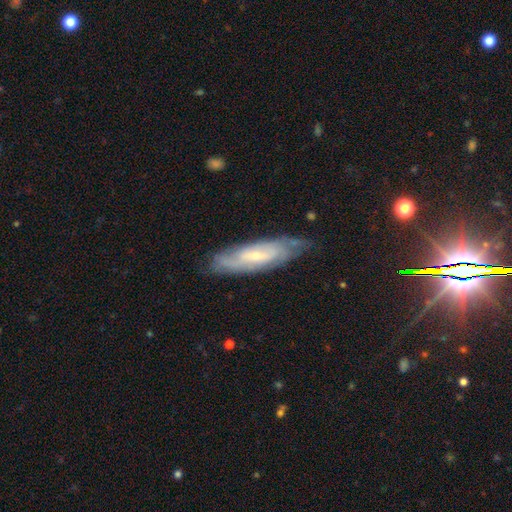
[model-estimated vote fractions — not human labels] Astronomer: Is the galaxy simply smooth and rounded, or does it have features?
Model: featured or disk — 70%.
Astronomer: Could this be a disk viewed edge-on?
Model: no — 74%.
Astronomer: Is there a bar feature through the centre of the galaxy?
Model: no — 45% (runner-up: weak, 41%).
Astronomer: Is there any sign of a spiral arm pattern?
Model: yes — 85%.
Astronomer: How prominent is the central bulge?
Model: small — 69%.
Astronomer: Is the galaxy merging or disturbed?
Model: none — 71%.